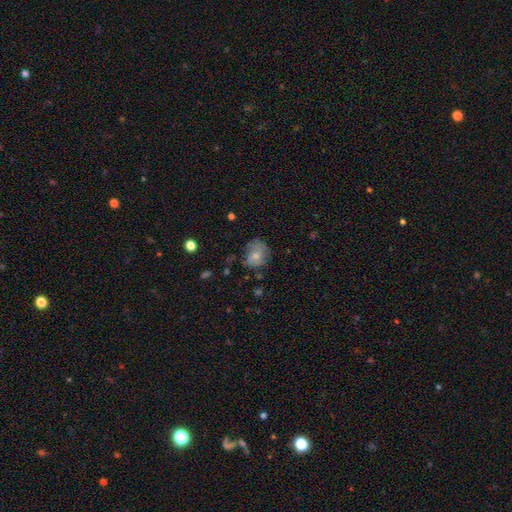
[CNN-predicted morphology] type=smooth (69%); roundness=round (55%); merging=none (53%).